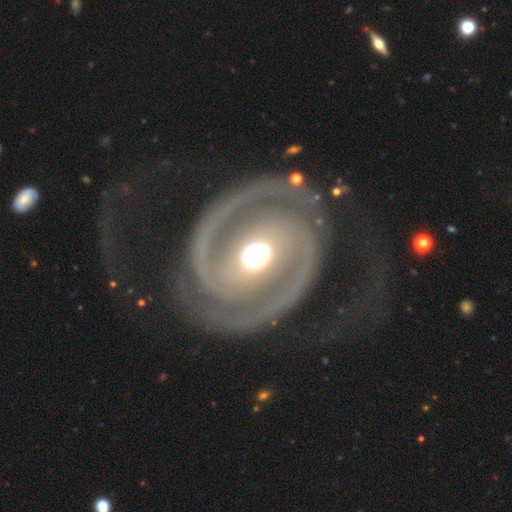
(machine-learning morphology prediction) Q: Smooth or featured?
A: featured or disk (93%); runner-up: star or artifact (4%)
Q: Edge-on disk?
A: no (98%); runner-up: yes (2%)
Q: Bar?
A: no (57%); runner-up: weak (26%)
Q: Spiral arms?
A: yes (97%); runner-up: no (3%)
Q: Spiral winding?
A: tight (51%); runner-up: medium (40%)
Q: Spiral arm count?
A: 2 (92%); runner-up: can't tell (2%)
Q: Bulge size?
A: moderate (72%); runner-up: large (17%)
Q: Merging?
A: none (79%); runner-up: minor disturbance (12%)